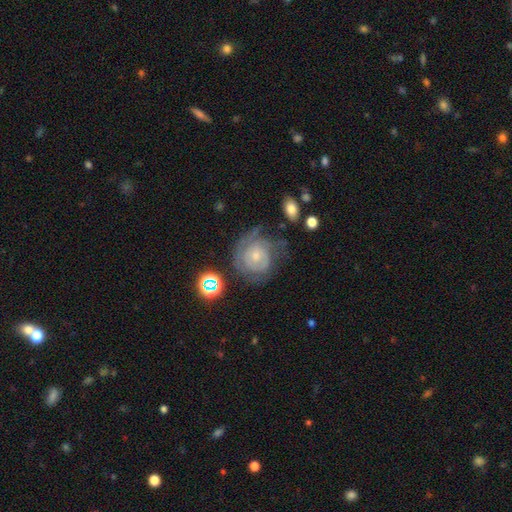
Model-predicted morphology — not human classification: The model was most divided on "spiral arm count": can't tell: 44%, 2: 27%, 3: 12%, 1: 10%, 4: 4%, more than 4: 3%. Remaining: edge-on disk — no (97%); spiral arms — yes (84%); bar — no (76%); smooth or featured — featured or disk (68%); spiral winding — tight (64%); bulge size — small (58%); merging — none (49%).